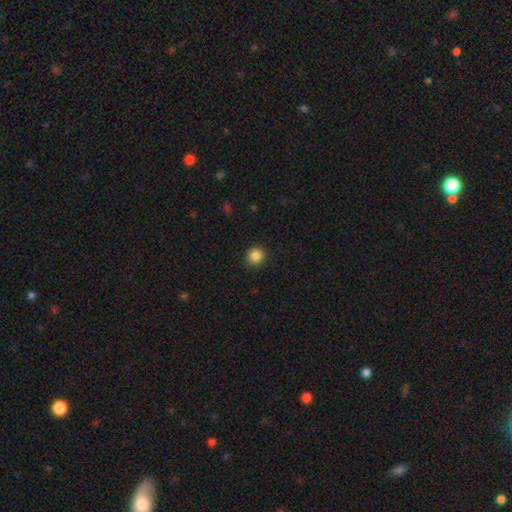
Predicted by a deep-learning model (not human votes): Smooth or featured?
  - smooth: 86% *
  - star or artifact: 10%
  - featured or disk: 4%
How rounded?
  - round: 92% *
  - in between: 8%
  - cigar-shaped: 1%
Merging?
  - none: 91% *
  - minor disturbance: 6%
  - major disturbance: 2%
  - merger: 1%